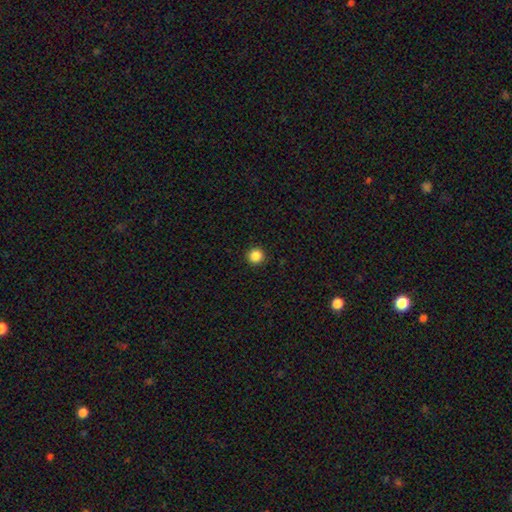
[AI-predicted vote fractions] Q: Smooth or featured?
A: smooth (86%); runner-up: star or artifact (11%)
Q: How rounded?
A: round (96%); runner-up: in between (3%)
Q: Merging?
A: none (93%); runner-up: minor disturbance (5%)